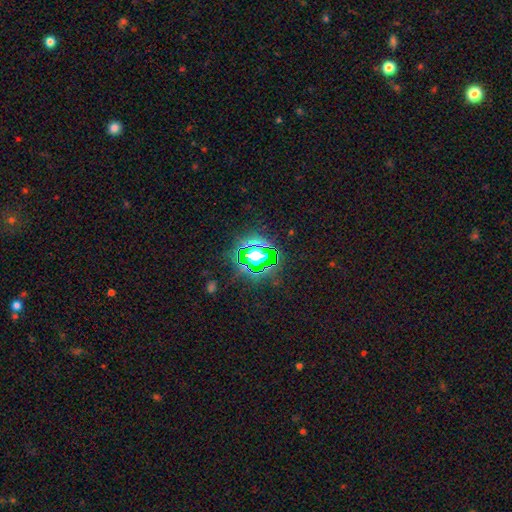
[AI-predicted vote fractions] This is likely a star or artifact rather than a galaxy (65%).